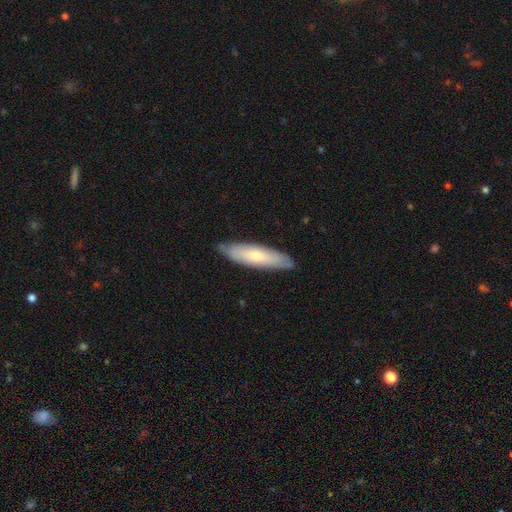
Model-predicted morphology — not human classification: This is likely a smooth galaxy (61%). How rounded: likely cigar-shaped (68%). Merging: clearly none (83%).